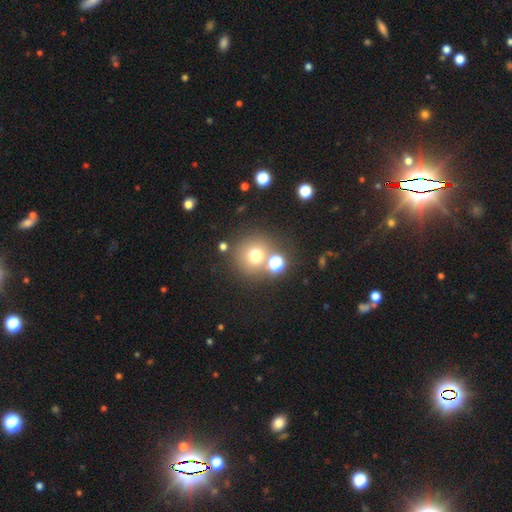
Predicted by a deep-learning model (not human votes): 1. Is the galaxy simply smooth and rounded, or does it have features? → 69% smooth, 20% star or artifact, 11% featured or disk.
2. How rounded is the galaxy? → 92% round, 7% in between, 1% cigar-shaped.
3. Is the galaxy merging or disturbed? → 71% none, 16% merger, 9% minor disturbance, 5% major disturbance.